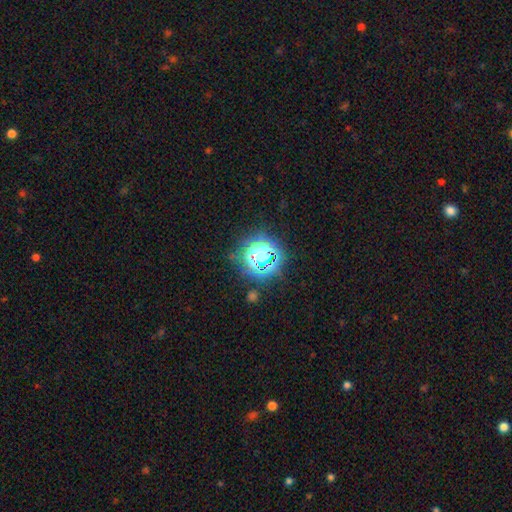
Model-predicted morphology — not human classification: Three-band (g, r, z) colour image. It shows a star or artifact, not a galaxy (68%).